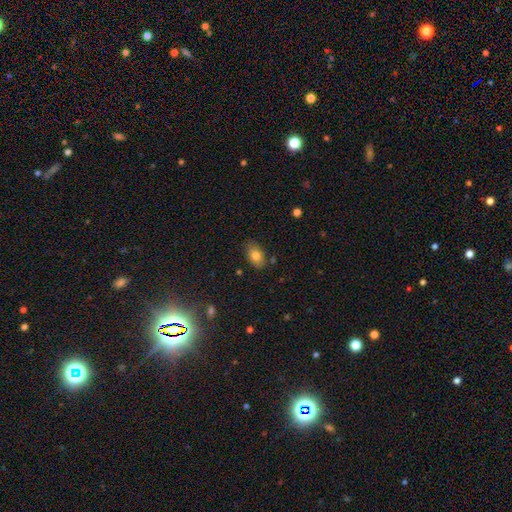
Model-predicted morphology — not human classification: This is likely a smooth galaxy (79%). How rounded: clearly in between (86%). Merging: clearly none (80%).